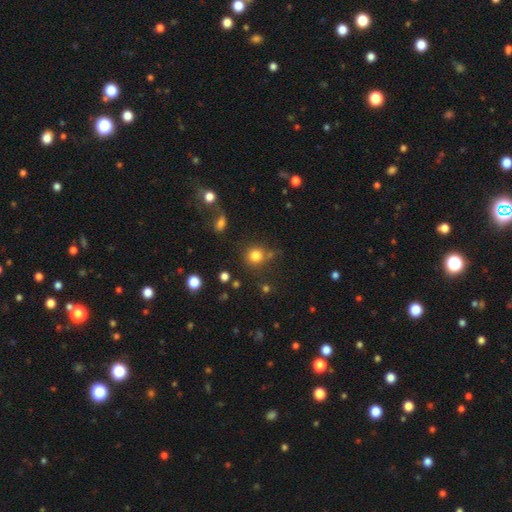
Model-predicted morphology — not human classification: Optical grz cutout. It shows a smooth galaxy with no disk features (80%) that is round (89%). Merging: none (74%).